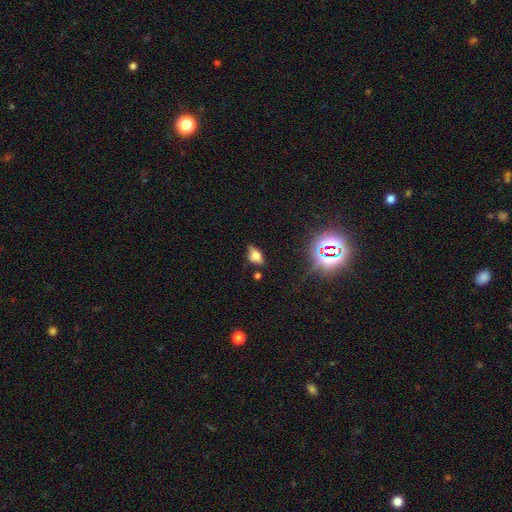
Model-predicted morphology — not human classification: smooth_or_featured: smooth (p=0.59) [alt: featured or disk p=0.24]
how_rounded: in between (p=0.84) [alt: cigar-shaped p=0.10]
merging: none (p=0.64) [alt: minor disturbance p=0.24]